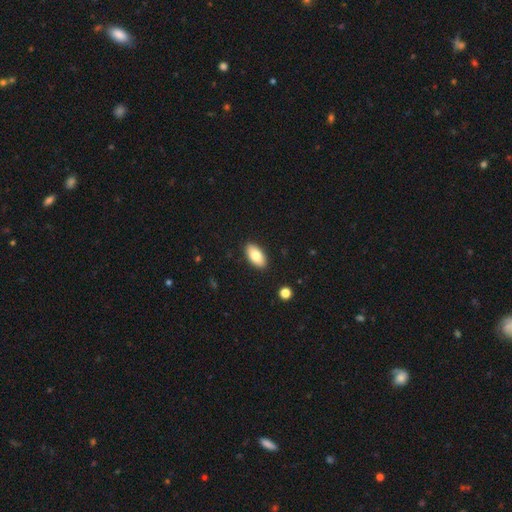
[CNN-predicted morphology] Smooth or featured? Predicted: smooth (p=0.81). How rounded? Predicted: in between (p=0.93). Merging? Predicted: none (p=0.90).